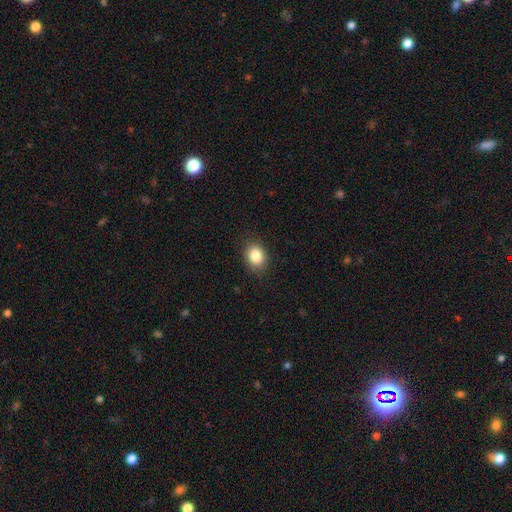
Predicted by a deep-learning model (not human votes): smooth 85%, star or artifact 9%, featured or disk 6%. Down the decision tree: how rounded — in between (60%); merging — none (87%).